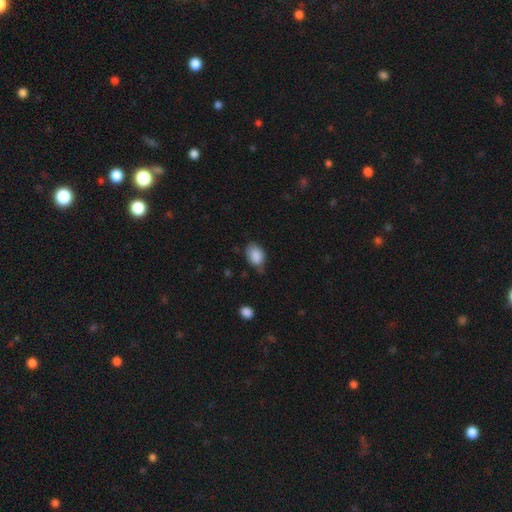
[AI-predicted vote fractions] Smooth or featured? Predicted: smooth (p=0.87). How rounded? Predicted: in between (p=0.81). Merging? Predicted: none (p=0.59).